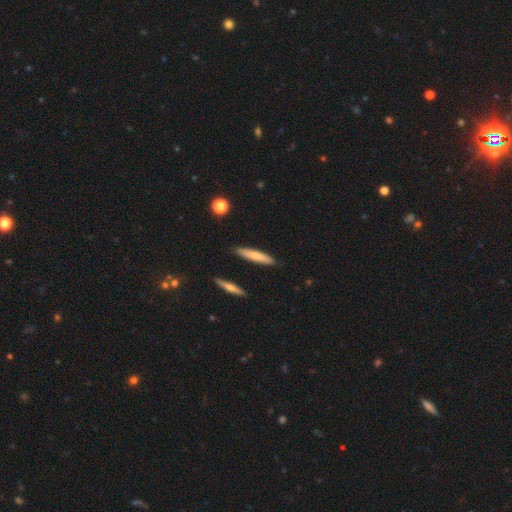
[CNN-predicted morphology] smooth_or_featured: smooth (p=0.71) [alt: featured or disk p=0.23]
how_rounded: cigar-shaped (p=0.87) [alt: in between p=0.12]
merging: none (p=0.87) [alt: minor disturbance p=0.09]